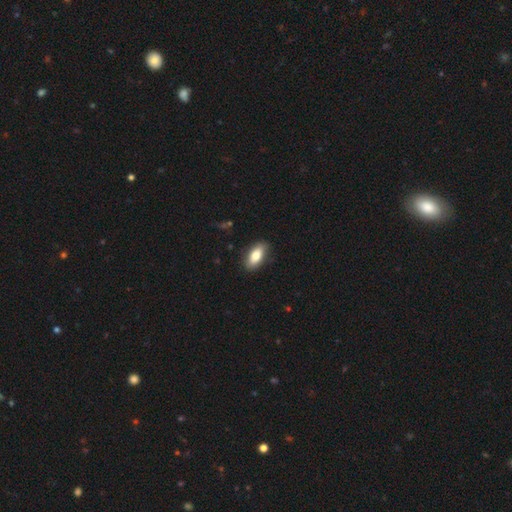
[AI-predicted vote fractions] The model was most divided on "smooth or featured": smooth: 81%, featured or disk: 13%, star or artifact: 6%. More confident: how rounded — in between (88%); merging — none (85%).